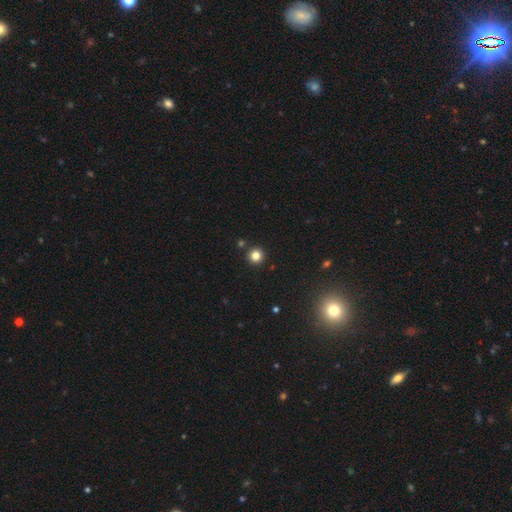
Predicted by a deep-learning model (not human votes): The model was most divided on "smooth or featured": smooth: 81%, star or artifact: 14%, featured or disk: 5%. More confident: how rounded — round (95%); merging — none (90%).